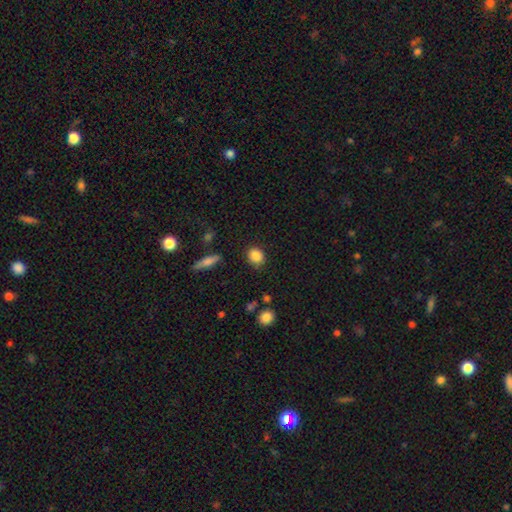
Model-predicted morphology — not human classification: type=smooth (87%); roundness=round (61%); merging=none (84%).